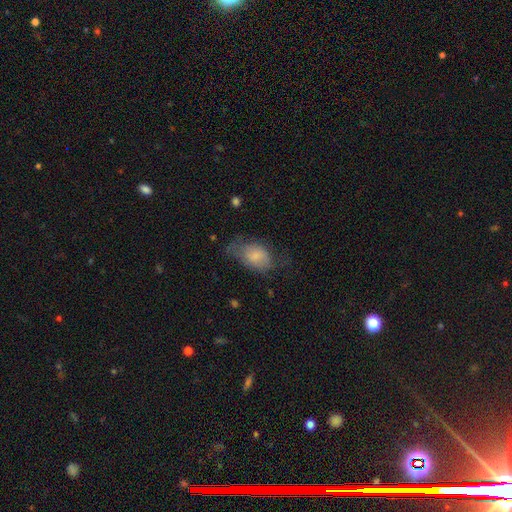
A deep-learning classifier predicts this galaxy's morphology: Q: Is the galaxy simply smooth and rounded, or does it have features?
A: smooth — 73%.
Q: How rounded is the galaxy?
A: in between — 84%.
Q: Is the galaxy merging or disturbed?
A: none — 39%.